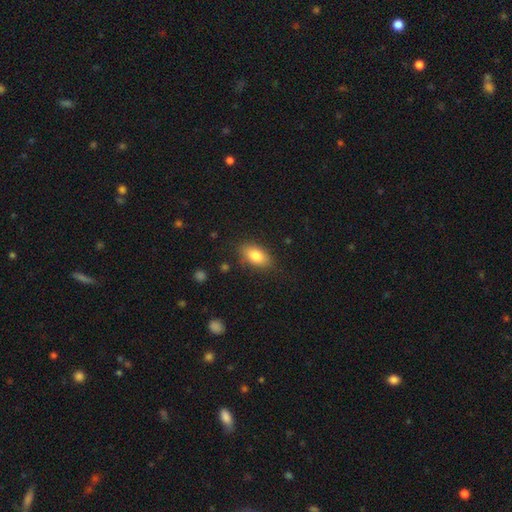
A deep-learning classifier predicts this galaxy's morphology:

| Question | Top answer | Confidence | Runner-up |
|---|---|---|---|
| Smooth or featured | smooth | 81% | featured or disk (11%) |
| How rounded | in between | 89% | round (7%) |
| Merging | none | 82% | minor disturbance (13%) |